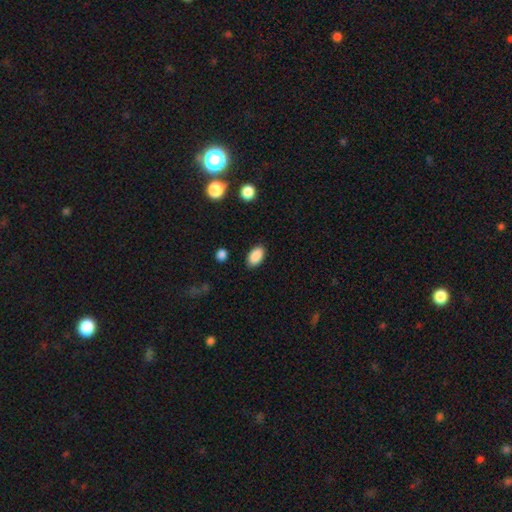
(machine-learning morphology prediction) Smooth or featured? smooth (89%)
How rounded? in between (93%)
Merging? none (87%)